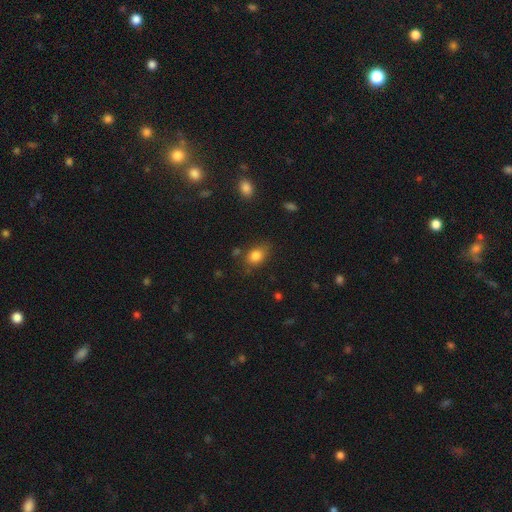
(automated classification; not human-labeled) Smooth or featured?
  - smooth: 81% *
  - star or artifact: 10%
  - featured or disk: 8%
How rounded?
  - in between: 69% *
  - round: 29%
  - cigar-shaped: 2%
Merging?
  - none: 71% *
  - minor disturbance: 20%
  - major disturbance: 5%
  - merger: 4%